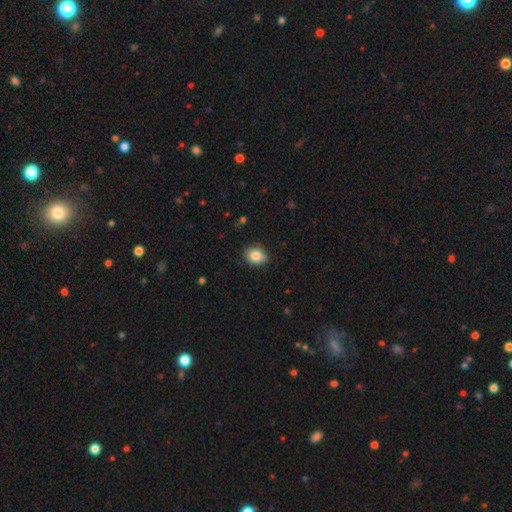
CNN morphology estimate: The model was most divided on "how rounded": round: 54%, in between: 45%, cigar-shaped: 1%. More confident: smooth or featured — smooth (84%); merging — none (80%).